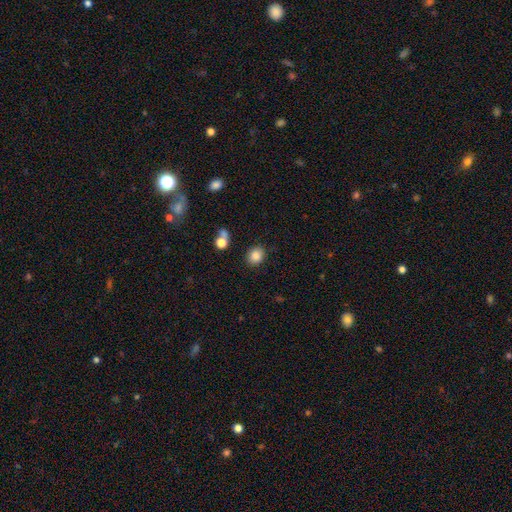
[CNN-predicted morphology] A smooth galaxy with no disk features (84%) that is round (65%). Merging: none (85%).